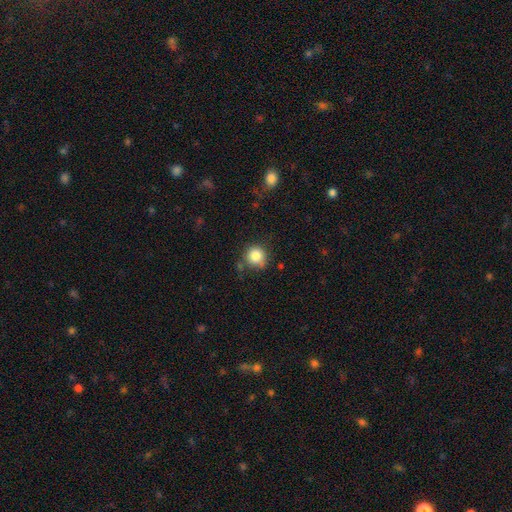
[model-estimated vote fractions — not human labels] Overall: smooth (83%). How rounded: round (92%). Merging: none (75%).